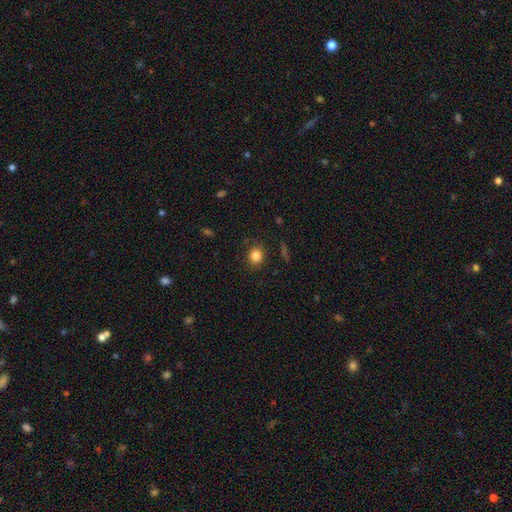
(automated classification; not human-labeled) Smooth or featured?
  - smooth: 82% *
  - star or artifact: 12%
  - featured or disk: 6%
How rounded?
  - round: 79% *
  - in between: 20%
  - cigar-shaped: 1%
Merging?
  - none: 86% *
  - minor disturbance: 10%
  - major disturbance: 3%
  - merger: 1%